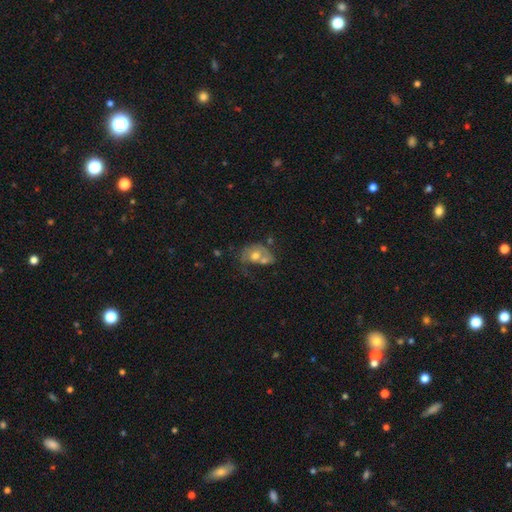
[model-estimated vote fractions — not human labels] This is possibly a featured or disk galaxy (47%). Merging: marginally merger (42%).